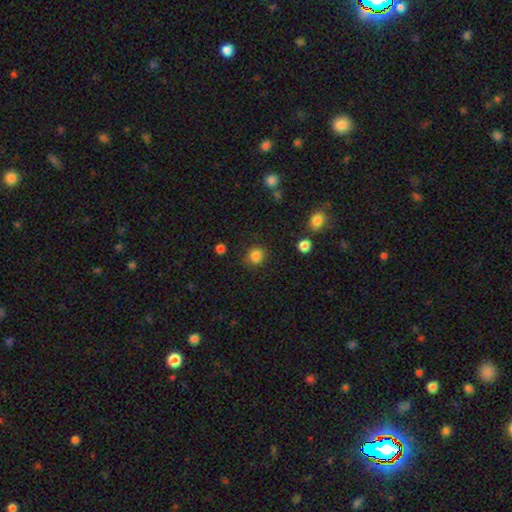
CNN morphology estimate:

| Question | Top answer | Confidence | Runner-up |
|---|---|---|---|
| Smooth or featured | smooth | 85% | star or artifact (11%) |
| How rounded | round | 86% | in between (13%) |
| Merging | none | 84% | minor disturbance (11%) |